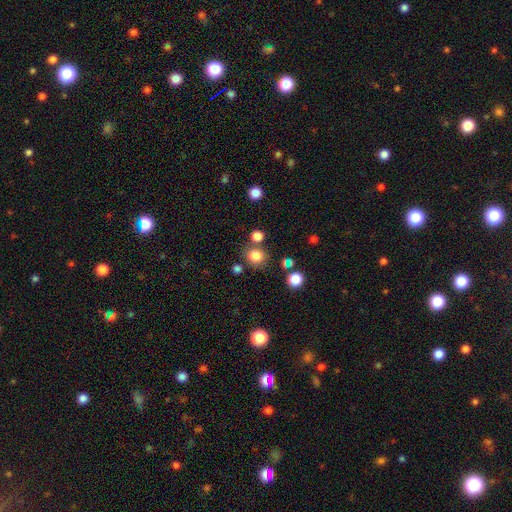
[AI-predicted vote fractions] A smooth galaxy with no disk features (81%) that is round (83%).

Vote fractions:
- Smooth or featured? smooth: 81% / star or artifact: 13% / featured or disk: 5%
- How rounded? round: 83% / in between: 16% / cigar-shaped: 1%
- Merging? none: 72% / merger: 14% / minor disturbance: 10% / major disturbance: 4%